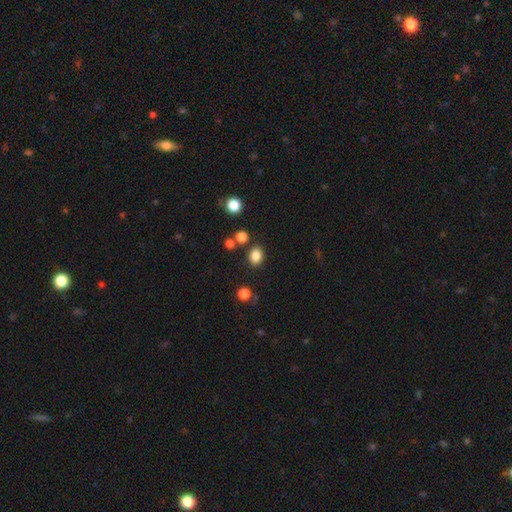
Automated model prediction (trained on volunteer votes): This appears to be a smooth galaxy with no disk features (84%) that is in between round and cigar-shaped (57%). Merging: none (82%).